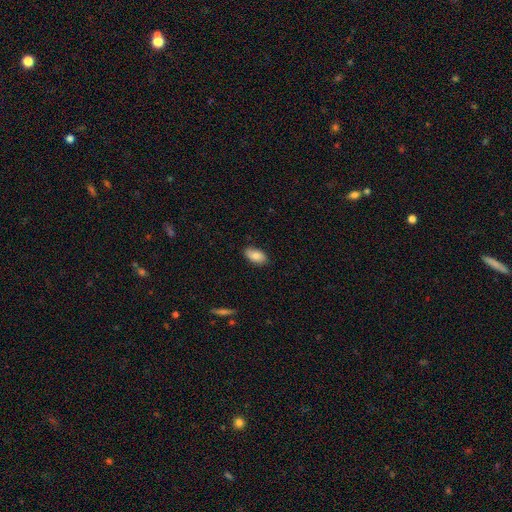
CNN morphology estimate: Smooth or featured? Predicted: smooth (p=0.82). How rounded? Predicted: in between (p=0.93). Merging? Predicted: none (p=0.84).